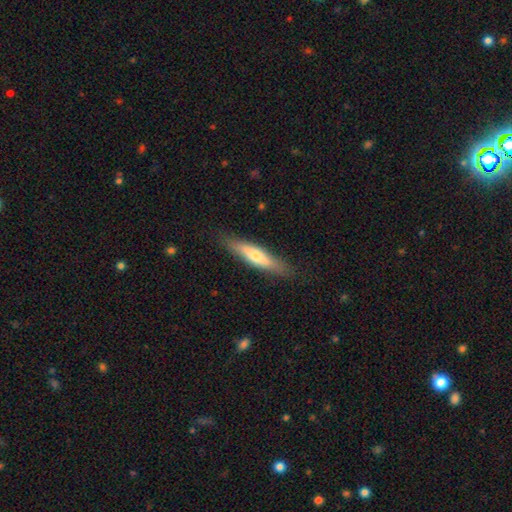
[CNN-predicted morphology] smooth 57%, featured or disk 38%, star or artifact 6%. Down the decision tree: how rounded — cigar-shaped (82%); merging — none (85%).